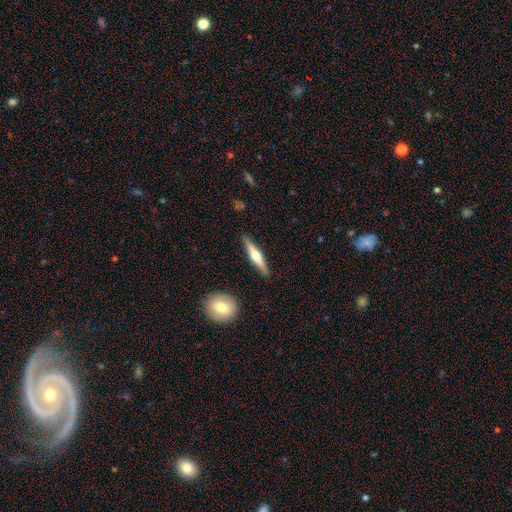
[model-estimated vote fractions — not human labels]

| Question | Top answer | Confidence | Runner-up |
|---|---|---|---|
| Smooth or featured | featured or disk | 64% | smooth (30%) |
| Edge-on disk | yes | 97% | no (3%) |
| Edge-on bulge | rounded | 93% | boxy (4%) |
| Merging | none | 90% | minor disturbance (7%) |